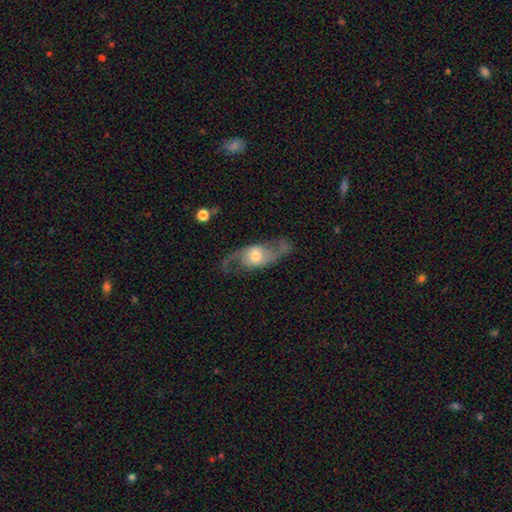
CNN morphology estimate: Q: Smooth or featured?
A: featured or disk (86%); runner-up: smooth (9%)
Q: Edge-on disk?
A: no (93%); runner-up: yes (7%)
Q: Bar?
A: no (58%); runner-up: weak (32%)
Q: Spiral arms?
A: yes (95%); runner-up: no (5%)
Q: Spiral winding?
A: loose (62%); runner-up: medium (31%)
Q: Spiral arm count?
A: 2 (93%); runner-up: can't tell (2%)
Q: Bulge size?
A: moderate (62%); runner-up: small (23%)
Q: Merging?
A: none (77%); runner-up: minor disturbance (13%)